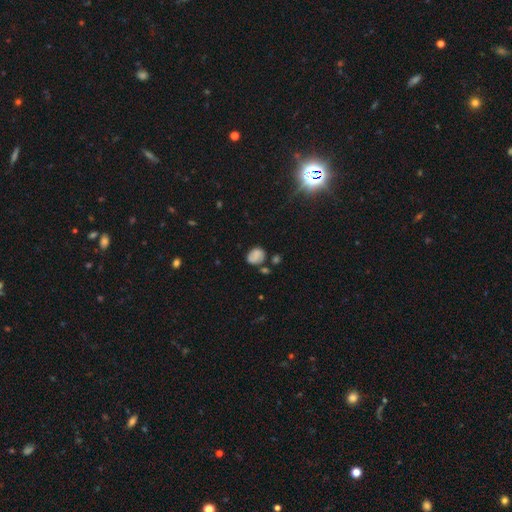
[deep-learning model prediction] smooth-or-featured: smooth: 70% | featured or disk: 18% | star or artifact: 12%
  how-rounded: in between: 55% | round: 44% | cigar-shaped: 1%
  merging: none: 59% | minor disturbance: 23% | merger: 11% | major disturbance: 7%